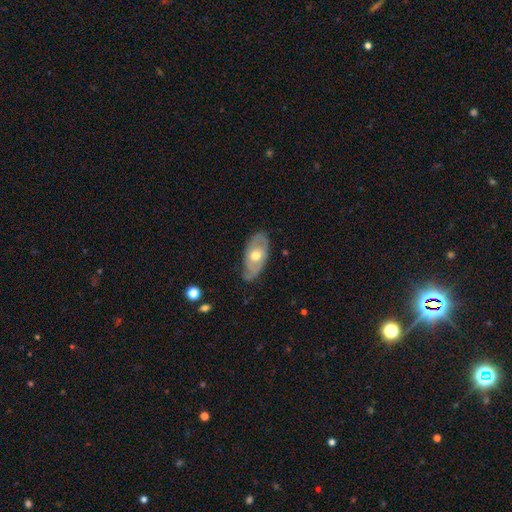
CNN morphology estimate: Smooth or featured? Predicted: featured or disk (p=0.59). Edge-on disk? Predicted: no (p=0.87). Bar? Predicted: no (p=0.80). Spiral arms? Predicted: yes (p=0.57). Bulge size? Predicted: moderate (p=0.76). Merging? Predicted: none (p=0.69).